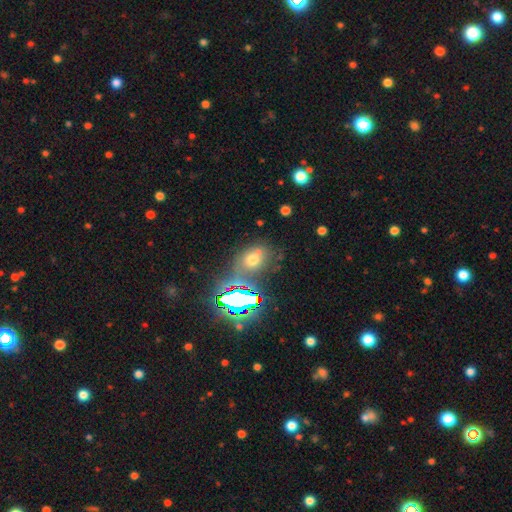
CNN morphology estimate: A star or artifact, not a galaxy (43%).

Vote fractions:
- Smooth or featured? star or artifact: 43% / smooth: 40% / featured or disk: 16%